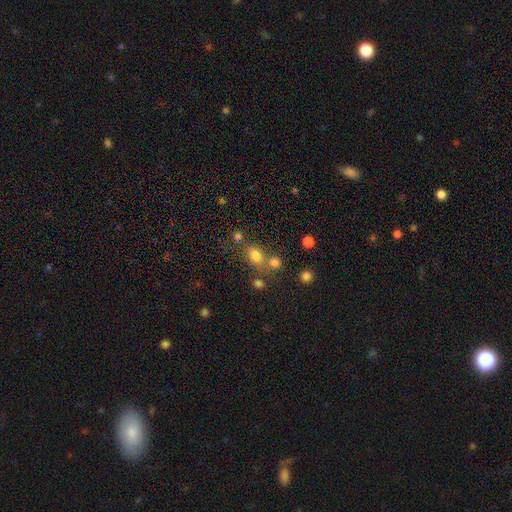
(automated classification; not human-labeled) Smooth or featured? smooth (75%)
How rounded? in between (55%)
Merging? none (56%)